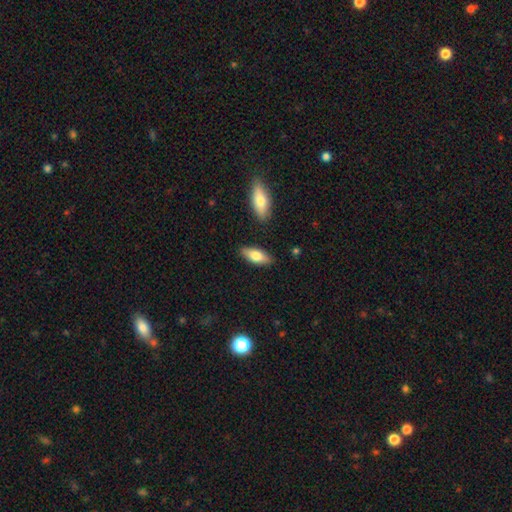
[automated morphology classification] Smooth or featured? smooth (74%)
How rounded? in between (76%)
Merging? none (86%)